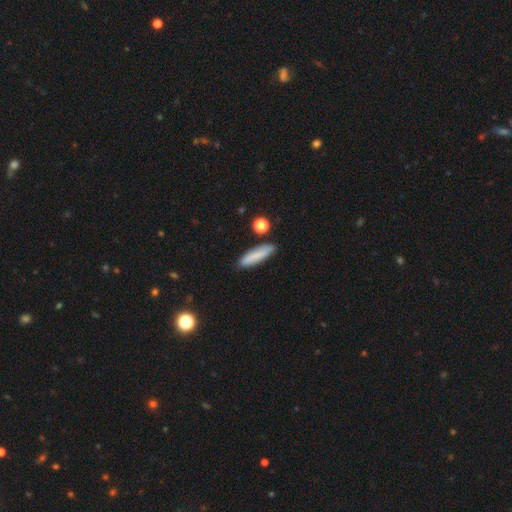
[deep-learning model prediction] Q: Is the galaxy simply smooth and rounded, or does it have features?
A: smooth — 80%.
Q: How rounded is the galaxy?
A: cigar-shaped — 75%.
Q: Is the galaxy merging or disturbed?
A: none — 83%.